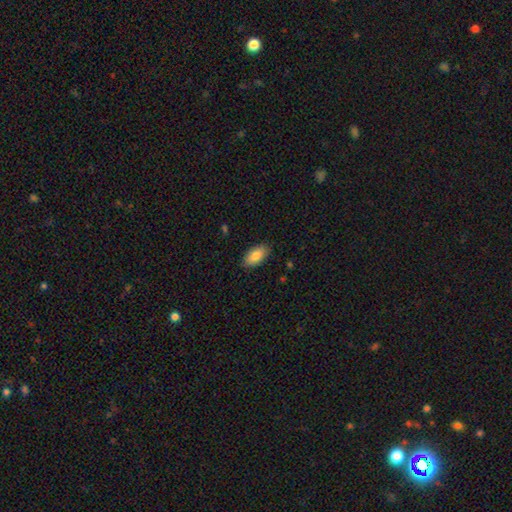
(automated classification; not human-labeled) smooth_or_featured: smooth (p=0.84) [alt: featured or disk p=0.10]
how_rounded: in between (p=0.93) [alt: cigar-shaped p=0.05]
merging: none (p=0.87) [alt: minor disturbance p=0.10]